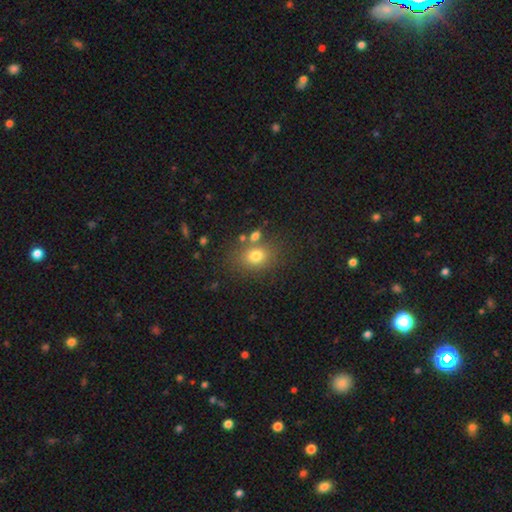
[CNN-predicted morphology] This appears to be a smooth galaxy with no disk features (76%) that is in between round and cigar-shaped (55%). Merging: none (69%).